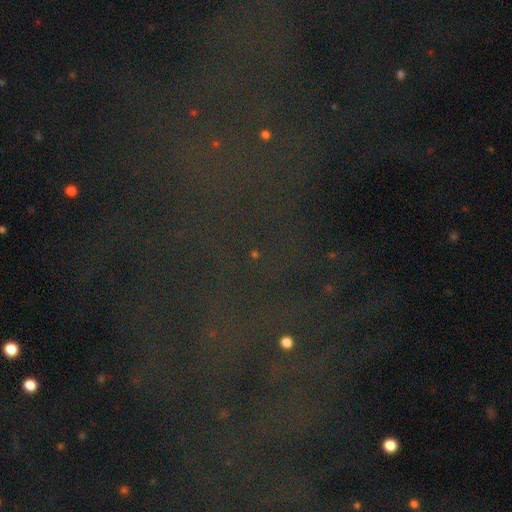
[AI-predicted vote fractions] Q: Smooth or featured?
A: star or artifact (72%); runner-up: smooth (15%)